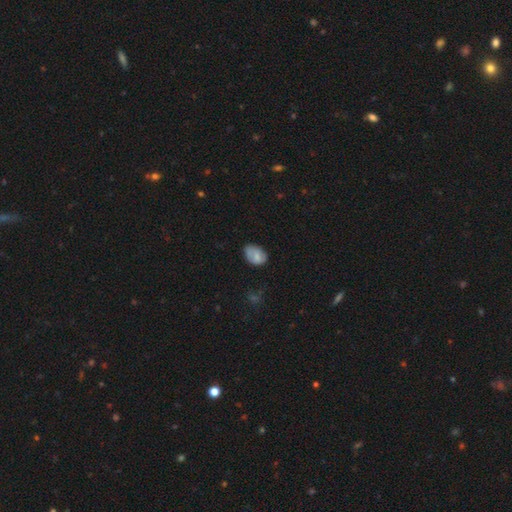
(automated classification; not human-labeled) Smooth or featured?
  - smooth: 75% *
  - featured or disk: 16%
  - star or artifact: 8%
How rounded?
  - in between: 81% *
  - round: 18%
  - cigar-shaped: 1%
Merging?
  - none: 60% *
  - minor disturbance: 31%
  - major disturbance: 8%
  - merger: 2%